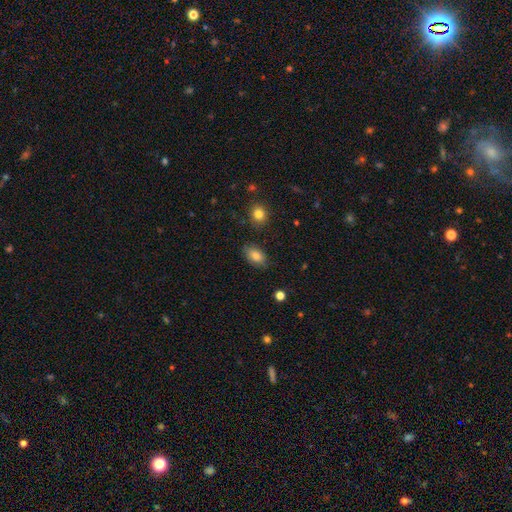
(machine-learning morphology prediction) Smooth or featured: smooth — 82% (featured or disk — 10%)
How rounded: in between — 90% (round — 8%)
Merging: none — 80% (minor disturbance — 15%)